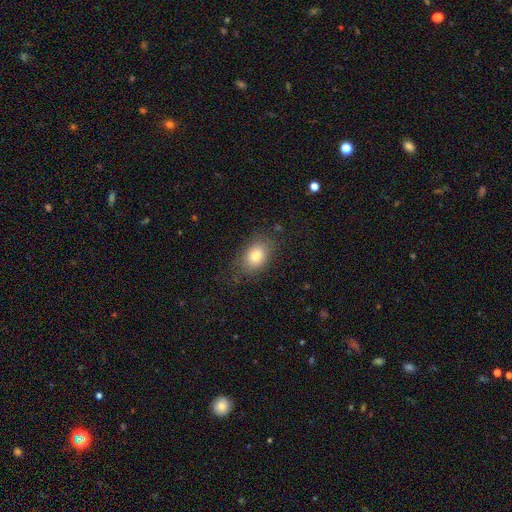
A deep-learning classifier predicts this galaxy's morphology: This appears to be a smooth galaxy with no disk features (79%) that is in between round and cigar-shaped (75%). Merging: none (76%).